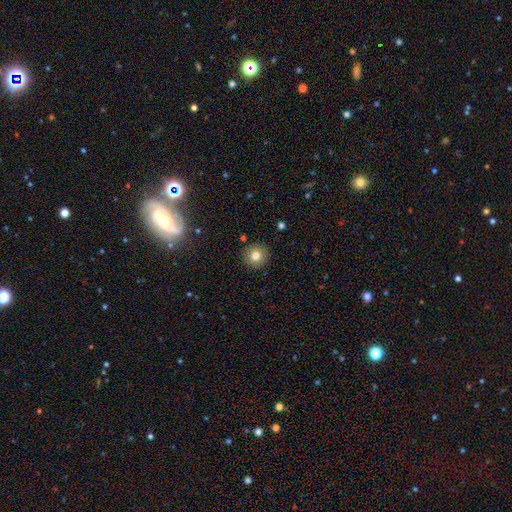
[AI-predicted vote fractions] Overall: smooth (79%). How rounded: round (94%). Merging: none (91%).